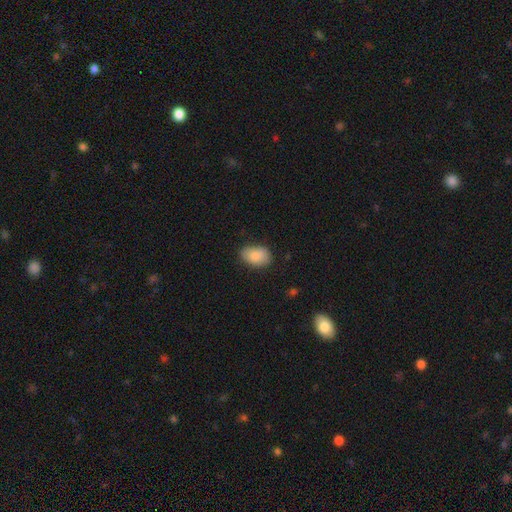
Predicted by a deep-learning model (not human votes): This appears to be a smooth galaxy with no disk features (86%) that is in between round and cigar-shaped (88%). Merging: none (80%).